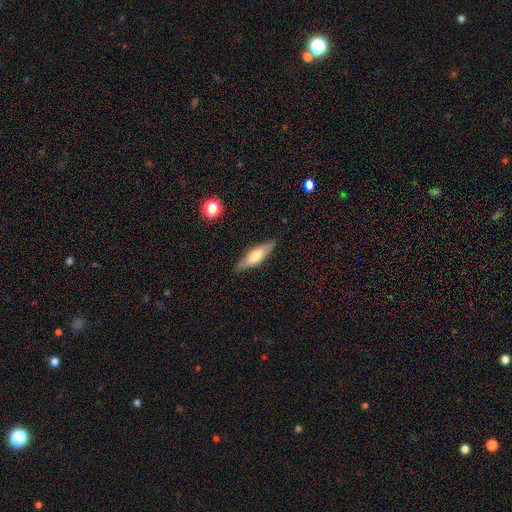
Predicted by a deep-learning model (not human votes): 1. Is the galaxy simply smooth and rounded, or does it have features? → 54% smooth, 40% featured or disk, 6% star or artifact.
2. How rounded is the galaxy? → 61% cigar-shaped, 37% in between, 2% round.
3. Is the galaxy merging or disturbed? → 85% none, 11% minor disturbance, 2% major disturbance, 1% merger.